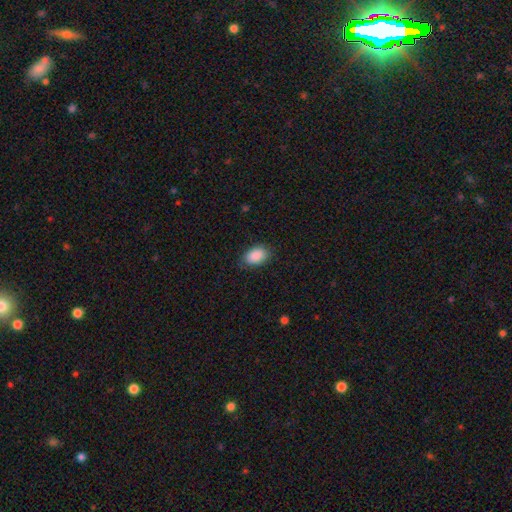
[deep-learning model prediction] Morphology: type=smooth (89%); roundness=in between (90%); merging=none (81%).